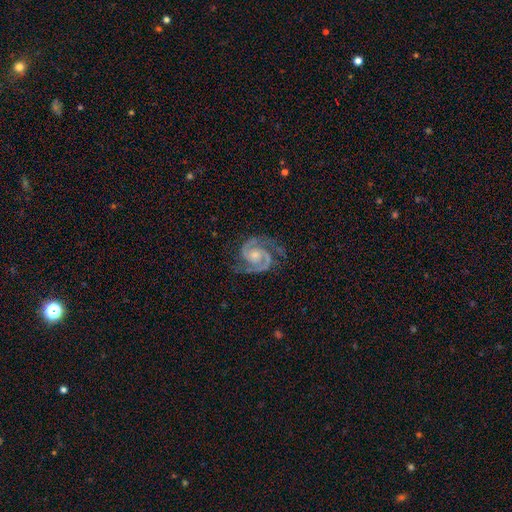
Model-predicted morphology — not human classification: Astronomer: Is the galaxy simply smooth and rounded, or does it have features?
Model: featured or disk — 93%.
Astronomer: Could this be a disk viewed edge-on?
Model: no — 98%.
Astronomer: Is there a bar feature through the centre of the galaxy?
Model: no — 64%.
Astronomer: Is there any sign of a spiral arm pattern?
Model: yes — 99%.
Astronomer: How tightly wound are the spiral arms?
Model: medium — 51% (runner-up: tight, 42%).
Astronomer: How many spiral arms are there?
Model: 2 — 92%.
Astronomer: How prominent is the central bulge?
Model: small — 47% (runner-up: moderate, 43%).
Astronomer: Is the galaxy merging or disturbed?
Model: none — 75%.